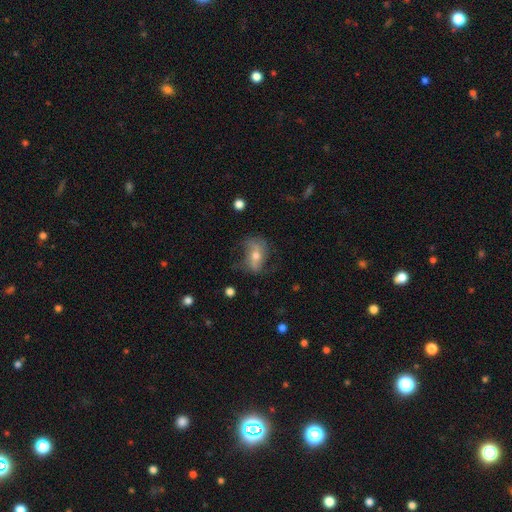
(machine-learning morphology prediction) A featured or disk galaxy (53%). Merging: none (57%).